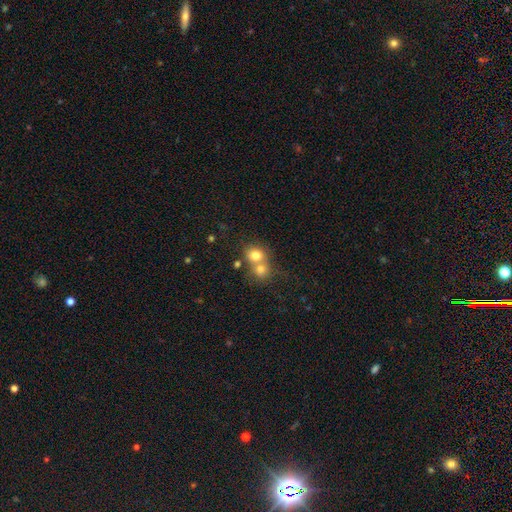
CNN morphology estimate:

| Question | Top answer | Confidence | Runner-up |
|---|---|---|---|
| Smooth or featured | smooth | 75% | featured or disk (13%) |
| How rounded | round | 77% | in between (22%) |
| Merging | merger | 59% | none (33%) |